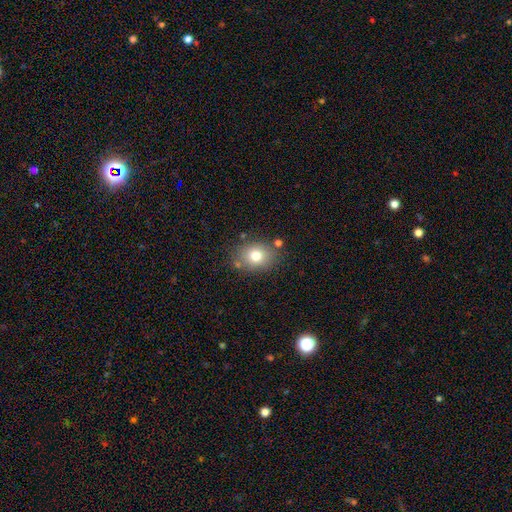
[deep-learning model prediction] Q: Smooth or featured?
A: smooth (76%); runner-up: featured or disk (13%)
Q: How rounded?
A: in between (53%); runner-up: round (46%)
Q: Merging?
A: none (77%); runner-up: minor disturbance (13%)